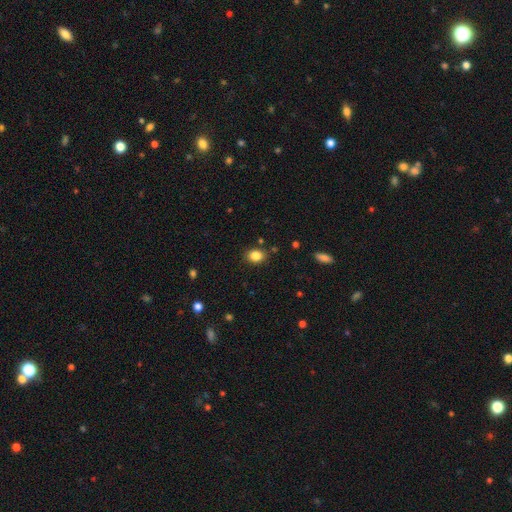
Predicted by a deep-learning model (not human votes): smooth_or_featured: smooth (p=0.85) [alt: star or artifact p=0.10]
how_rounded: in between (p=0.55) [alt: round p=0.44]
merging: none (p=0.85) [alt: minor disturbance p=0.10]